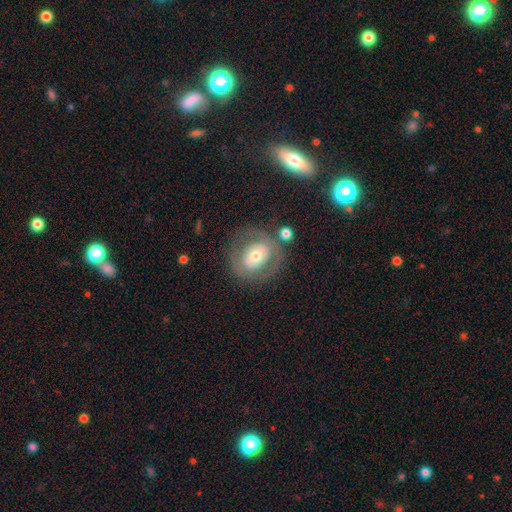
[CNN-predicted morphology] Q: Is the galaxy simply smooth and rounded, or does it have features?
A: featured or disk — 51%.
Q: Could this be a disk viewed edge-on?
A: no — 94%.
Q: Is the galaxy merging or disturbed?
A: none — 70%.